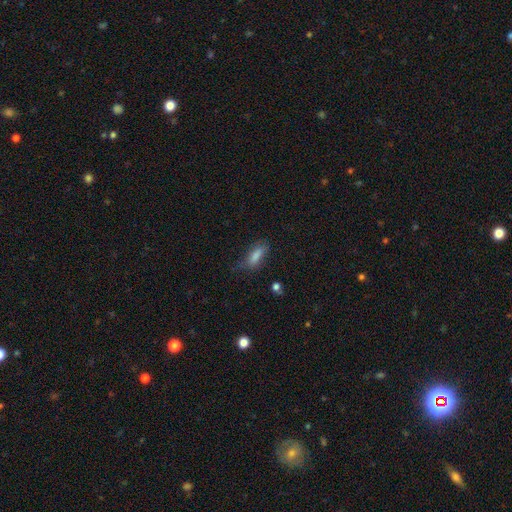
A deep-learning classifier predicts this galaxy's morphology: Smooth or featured?
  - smooth: 75% *
  - featured or disk: 14%
  - star or artifact: 10%
How rounded?
  - in between: 59% *
  - cigar-shaped: 38%
  - round: 3%
Merging?
  - none: 63% *
  - minor disturbance: 26%
  - major disturbance: 10%
  - merger: 2%